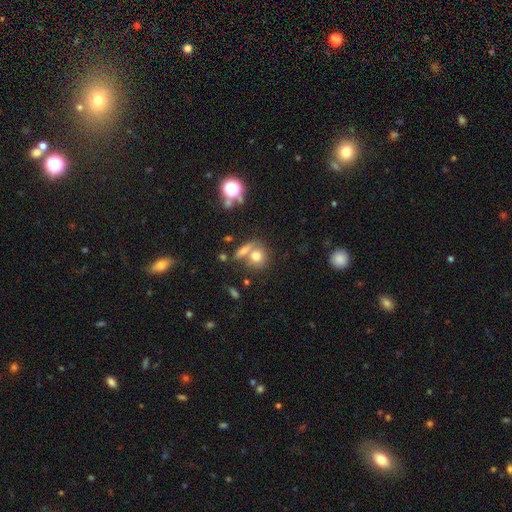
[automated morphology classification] Smooth or featured? smooth (72%)
How rounded? round (72%)
Merging? none (50%)